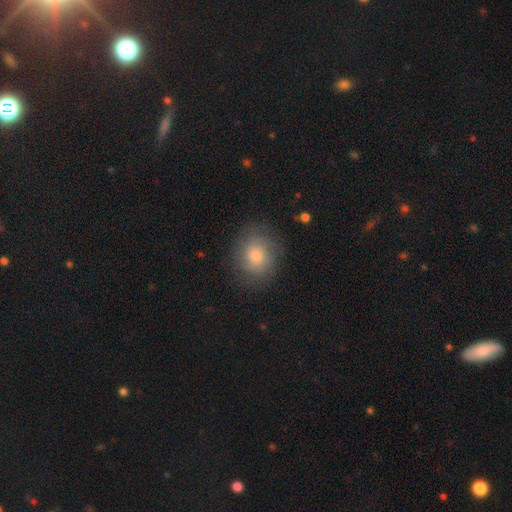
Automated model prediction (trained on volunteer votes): Smooth or featured? Predicted: smooth (p=0.55). How rounded? Predicted: round (p=0.58). Merging? Predicted: none (p=0.79).